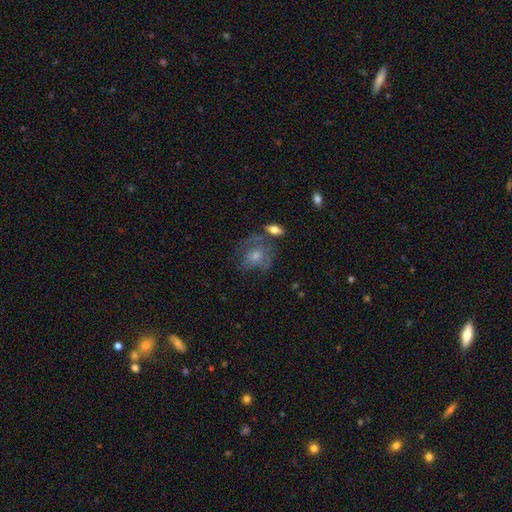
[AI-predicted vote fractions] Smooth or featured?
  - featured or disk: 51% *
  - smooth: 34%
  - star or artifact: 16%
Edge-on disk?
  - no: 95% *
  - yes: 5%
Merging?
  - none: 57% *
  - minor disturbance: 19%
  - major disturbance: 14%
  - merger: 10%